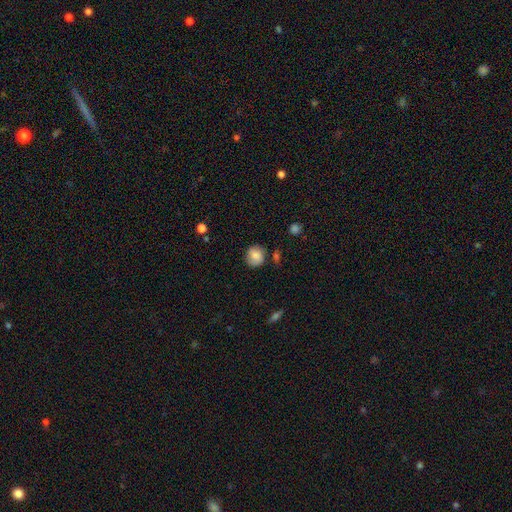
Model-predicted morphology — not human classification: Smooth or featured? smooth (71%)
How rounded? round (79%)
Merging? none (72%)